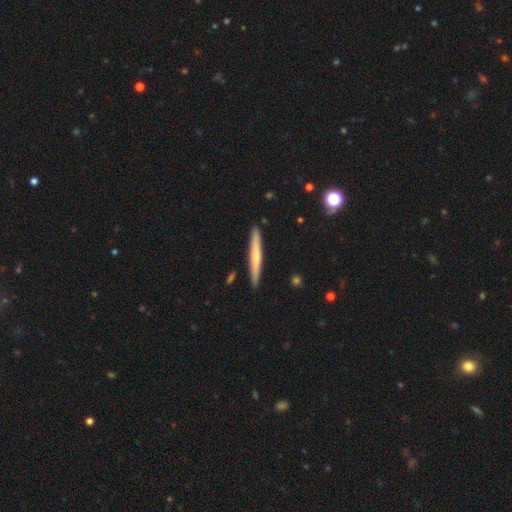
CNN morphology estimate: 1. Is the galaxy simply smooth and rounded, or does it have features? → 50% smooth, 44% featured or disk, 6% star or artifact.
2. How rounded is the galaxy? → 96% cigar-shaped, 3% in between, 1% round.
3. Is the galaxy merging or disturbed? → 91% none, 7% minor disturbance, 1% merger, 1% major disturbance.